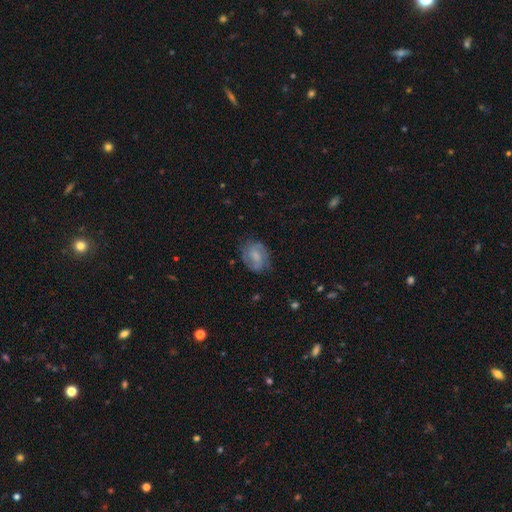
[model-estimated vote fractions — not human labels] smooth_or_featured: featured or disk (p=0.58) [alt: smooth p=0.34]
disk_edge_on: no (p=0.97) [alt: yes p=0.03]
bar: weak (p=0.45) [alt: no p=0.43]
has_spiral_arms: yes (p=0.87) [alt: no p=0.13]
bulge_size: moderate (p=0.31) [alt: small p=0.30]
merging: none (p=0.71) [alt: minor disturbance p=0.19]